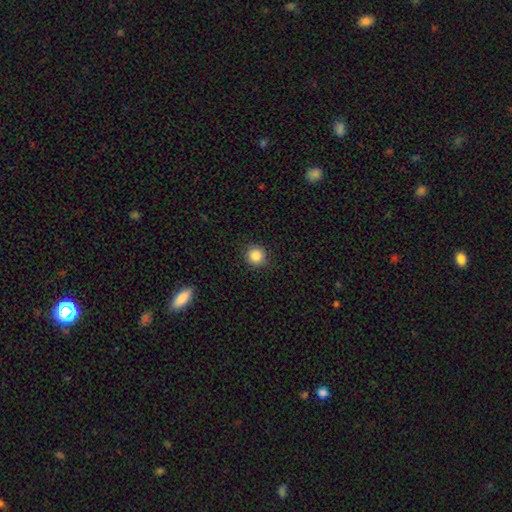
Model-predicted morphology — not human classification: type=smooth (85%); roundness=round (93%); merging=none (90%).